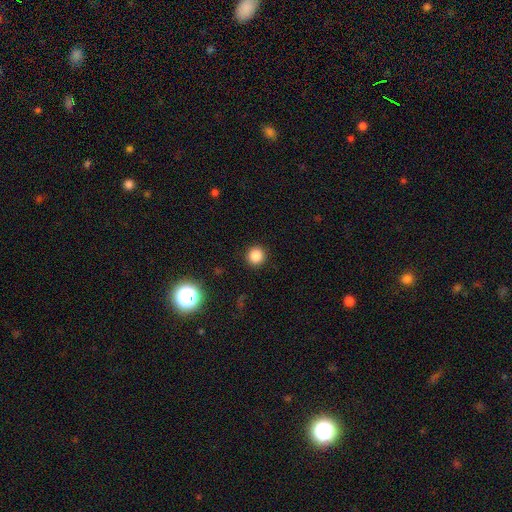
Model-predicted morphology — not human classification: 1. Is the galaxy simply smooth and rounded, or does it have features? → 84% smooth, 12% star or artifact, 3% featured or disk.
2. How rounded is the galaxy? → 94% round, 5% in between, 1% cigar-shaped.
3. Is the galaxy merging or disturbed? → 92% none, 5% minor disturbance, 2% major disturbance, 1% merger.